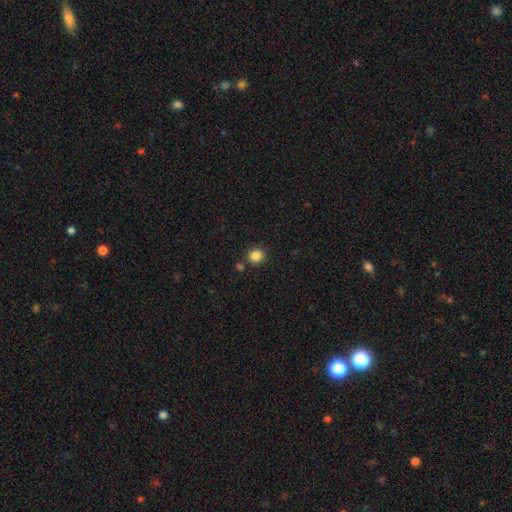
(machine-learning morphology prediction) Smooth or featured? Predicted: smooth (p=0.85). How rounded? Predicted: round (p=0.91). Merging? Predicted: none (p=0.85).